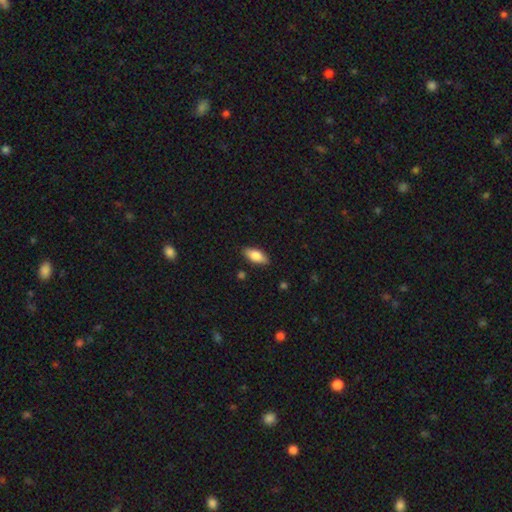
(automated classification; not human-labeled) The model was most divided on "smooth or featured": smooth: 80%, featured or disk: 14%, star or artifact: 6%. More confident: merging — none (87%); how rounded — in between (86%).